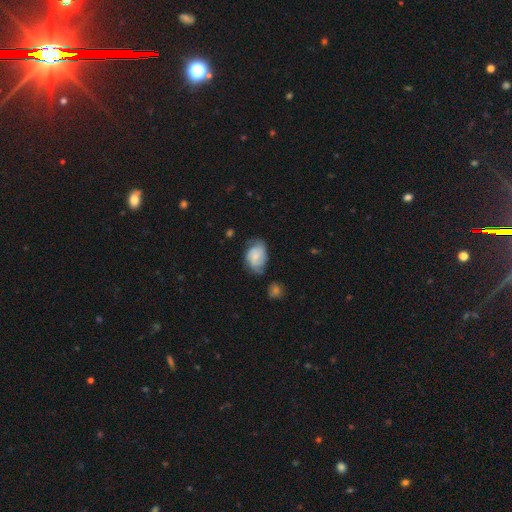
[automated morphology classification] Smooth or featured? Predicted: featured or disk (p=0.47). Merging? Predicted: none (p=0.54).